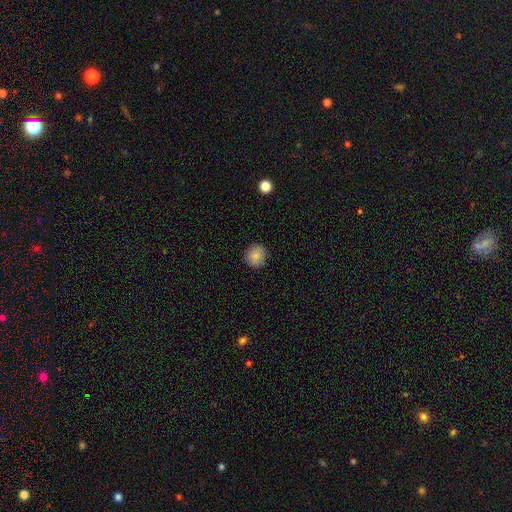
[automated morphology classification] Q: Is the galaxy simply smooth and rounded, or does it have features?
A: smooth — 86%.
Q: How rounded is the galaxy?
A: round — 92%.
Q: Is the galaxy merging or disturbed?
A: none — 90%.